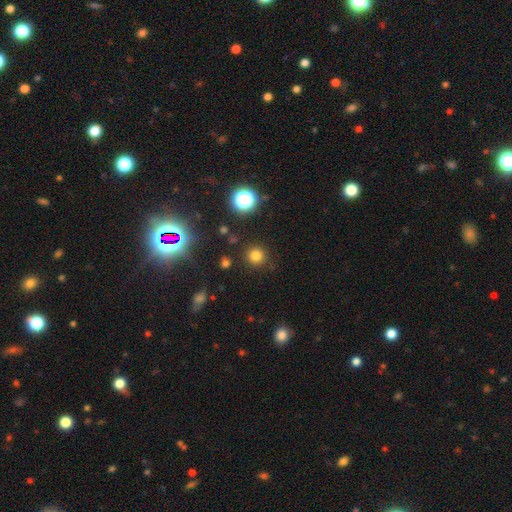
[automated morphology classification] This is likely a smooth galaxy (76%). How rounded: clearly round (94%). Merging: clearly none (89%).